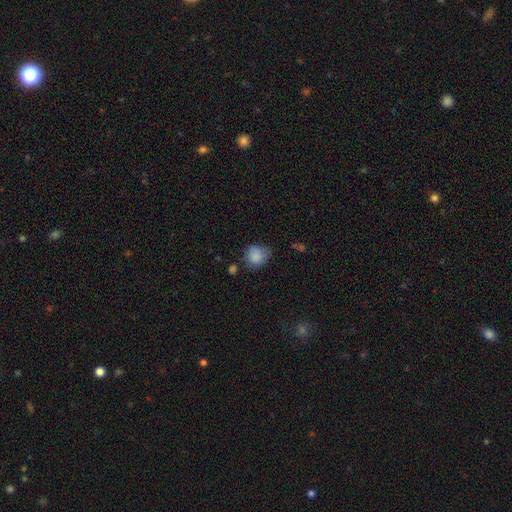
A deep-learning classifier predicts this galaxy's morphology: Overall: smooth (83%). How rounded: round (73%). Merging: none (53%; minor disturbance 32%).